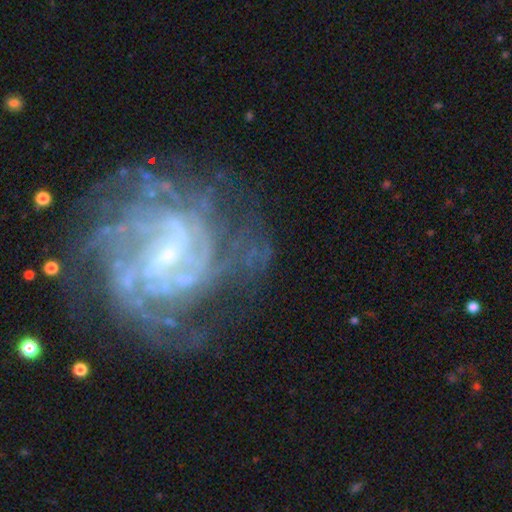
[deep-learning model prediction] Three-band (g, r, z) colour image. It shows a featured or disk galaxy (84%) with a weak bar (47%), tight (54%) spiral arms (91%) and a small central bulge (68%). Merging: none (57%).